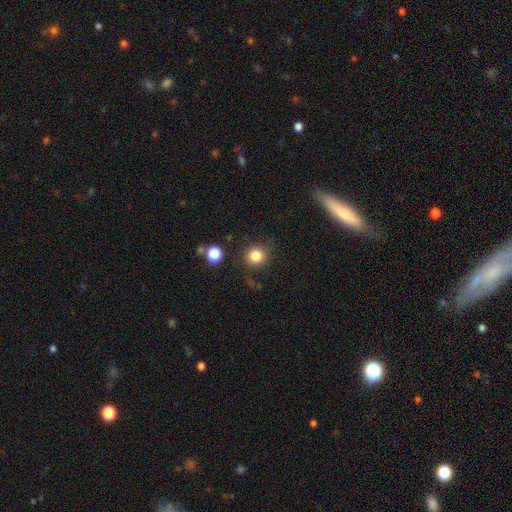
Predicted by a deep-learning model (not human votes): Smooth or featured?
  - smooth: 82% *
  - star or artifact: 12%
  - featured or disk: 6%
How rounded?
  - round: 89% *
  - in between: 10%
  - cigar-shaped: 1%
Merging?
  - none: 80% *
  - minor disturbance: 13%
  - major disturbance: 4%
  - merger: 3%